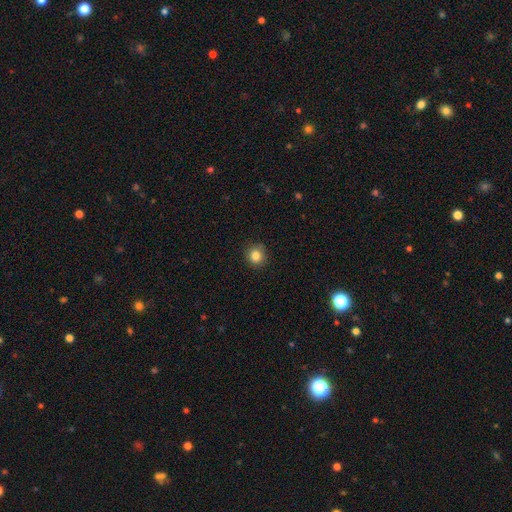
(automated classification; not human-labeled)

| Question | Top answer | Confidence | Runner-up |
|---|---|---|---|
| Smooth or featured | smooth | 84% | star or artifact (11%) |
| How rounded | round | 91% | in between (8%) |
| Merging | none | 88% | minor disturbance (9%) |